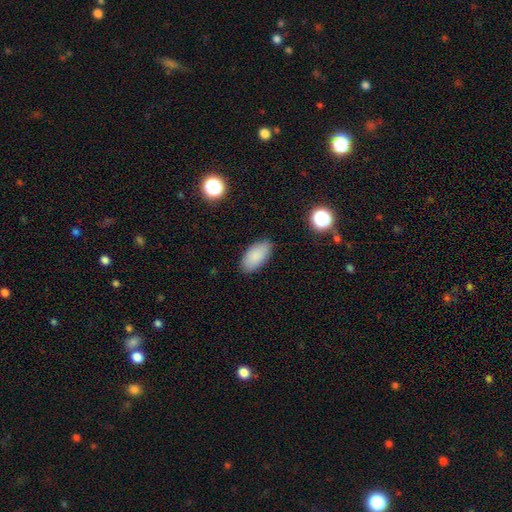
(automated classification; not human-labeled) Smooth or featured: smooth — 86% (star or artifact — 8%)
How rounded: in between — 94% (cigar-shaped — 3%)
Merging: none — 86% (minor disturbance — 11%)